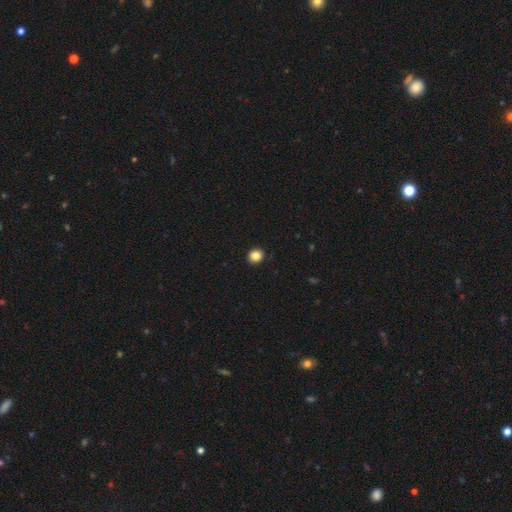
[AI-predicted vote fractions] Smooth or featured?
  - smooth: 85% *
  - star or artifact: 10%
  - featured or disk: 5%
How rounded?
  - round: 82% *
  - in between: 17%
  - cigar-shaped: 1%
Merging?
  - none: 92% *
  - minor disturbance: 6%
  - major disturbance: 1%
  - merger: 1%